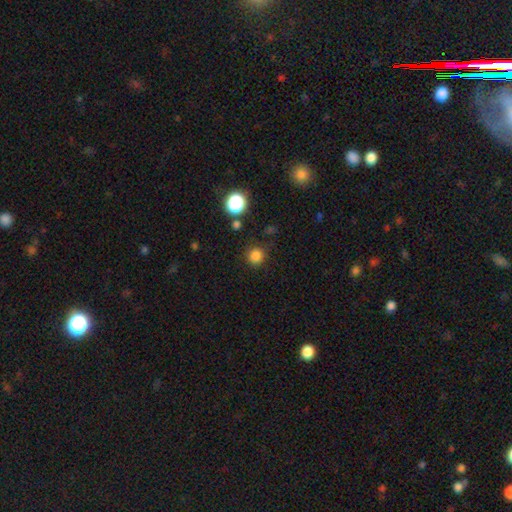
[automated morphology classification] Smooth or featured: smooth — 81% (star or artifact — 15%)
How rounded: round — 93% (in between — 6%)
Merging: none — 86% (minor disturbance — 9%)